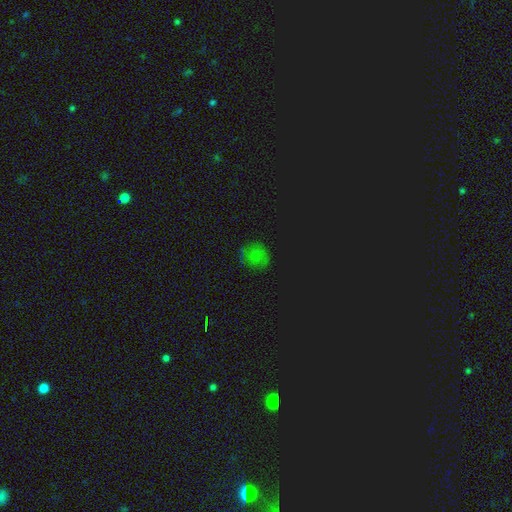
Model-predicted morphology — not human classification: Smooth or featured?
  - smooth: 53% *
  - star or artifact: 35%
  - featured or disk: 12%
How rounded?
  - round: 85% *
  - in between: 14%
  - cigar-shaped: 1%
Merging?
  - none: 77% *
  - minor disturbance: 16%
  - major disturbance: 5%
  - merger: 2%